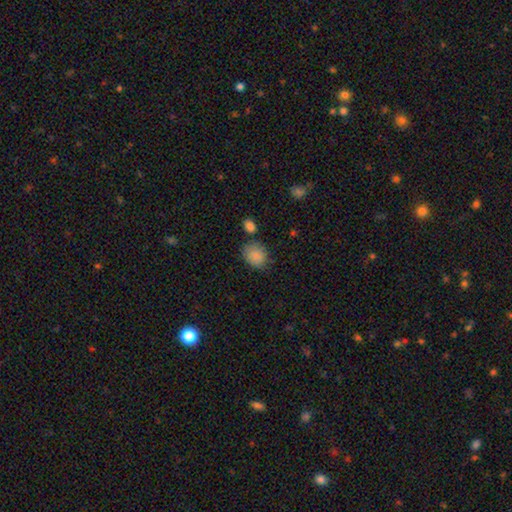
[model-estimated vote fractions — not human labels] Smooth or featured? smooth (87%)
How rounded? round (56%)
Merging? none (70%)